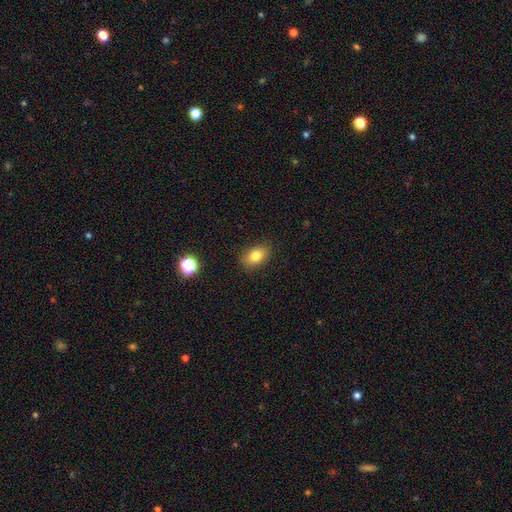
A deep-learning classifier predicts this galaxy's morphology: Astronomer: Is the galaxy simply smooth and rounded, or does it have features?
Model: smooth — 80%.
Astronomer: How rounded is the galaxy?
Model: in between — 79%.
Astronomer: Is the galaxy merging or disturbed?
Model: none — 87%.